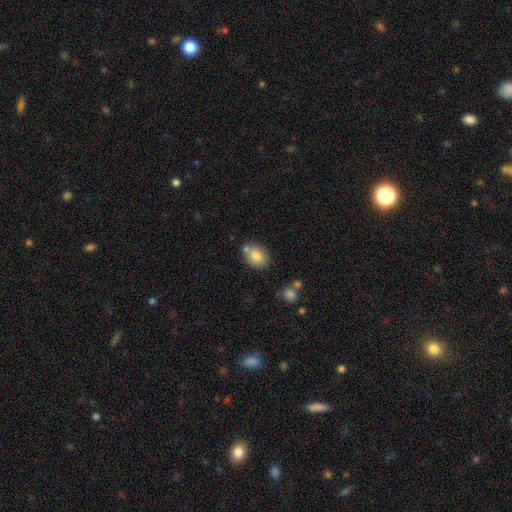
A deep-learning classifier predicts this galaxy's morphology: Smooth or featured: smooth — 79% (featured or disk — 13%)
How rounded: in between — 63% (round — 36%)
Merging: none — 63% (merger — 18%)